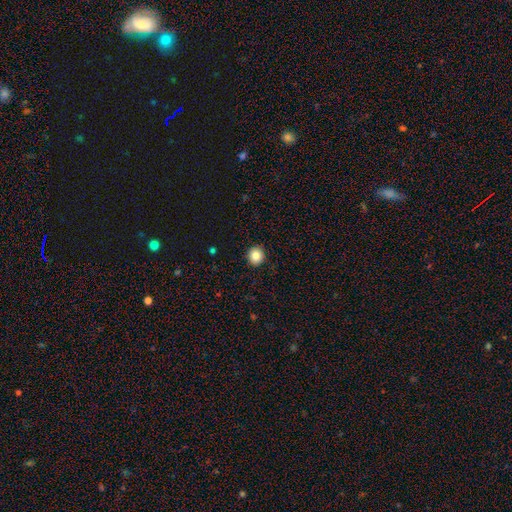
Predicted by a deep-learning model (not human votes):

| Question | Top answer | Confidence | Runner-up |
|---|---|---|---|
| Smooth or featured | smooth | 84% | star or artifact (10%) |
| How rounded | round | 90% | in between (9%) |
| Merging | none | 92% | minor disturbance (6%) |